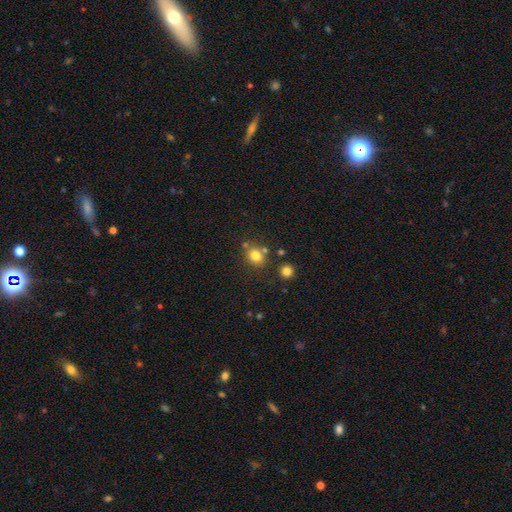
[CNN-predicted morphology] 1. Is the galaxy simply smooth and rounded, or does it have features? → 79% smooth, 14% star or artifact, 8% featured or disk.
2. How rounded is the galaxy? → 68% round, 31% in between, 1% cigar-shaped.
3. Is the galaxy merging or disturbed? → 70% none, 13% merger, 12% minor disturbance, 4% major disturbance.